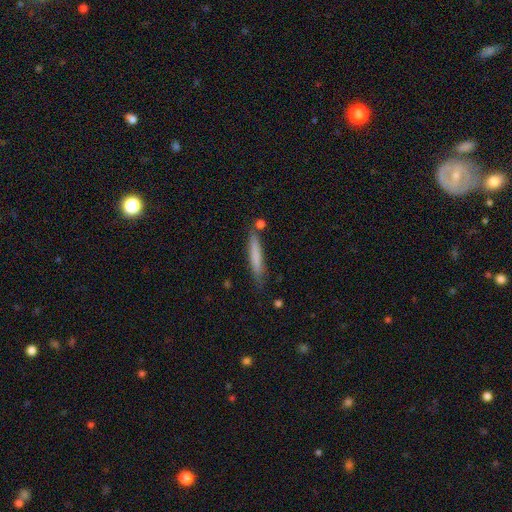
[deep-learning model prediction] This appears to be a smooth galaxy with no disk features (72%) that is cigar-shaped (94%). Merging: none (79%).